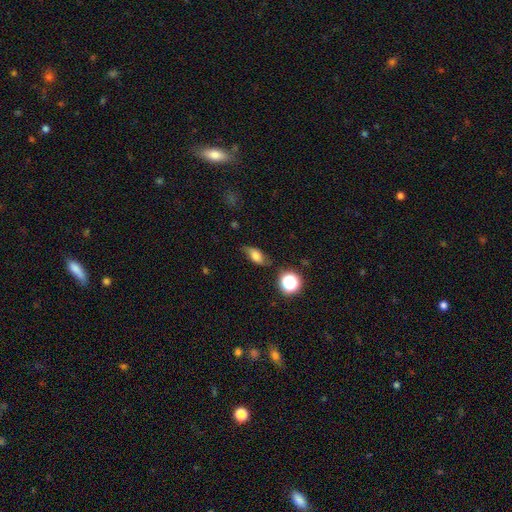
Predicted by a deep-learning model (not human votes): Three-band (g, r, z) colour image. It shows a smooth galaxy with no disk features (65%) that is in between round and cigar-shaped (77%). Merging: none (63%).